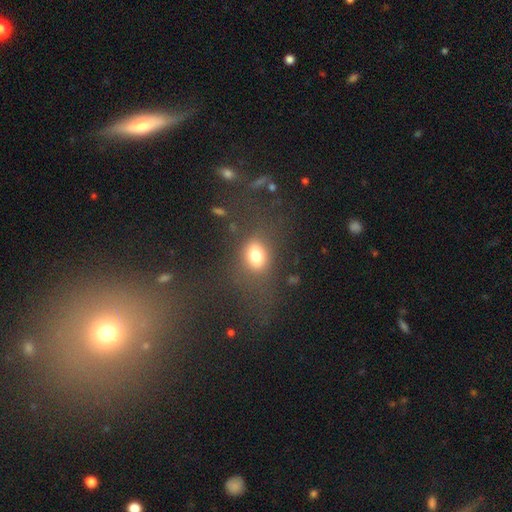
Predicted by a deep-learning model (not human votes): Smooth or featured?
  - smooth: 73% *
  - star or artifact: 14%
  - featured or disk: 13%
How rounded?
  - in between: 66% *
  - round: 31%
  - cigar-shaped: 3%
Merging?
  - none: 64% *
  - major disturbance: 16%
  - minor disturbance: 15%
  - merger: 5%